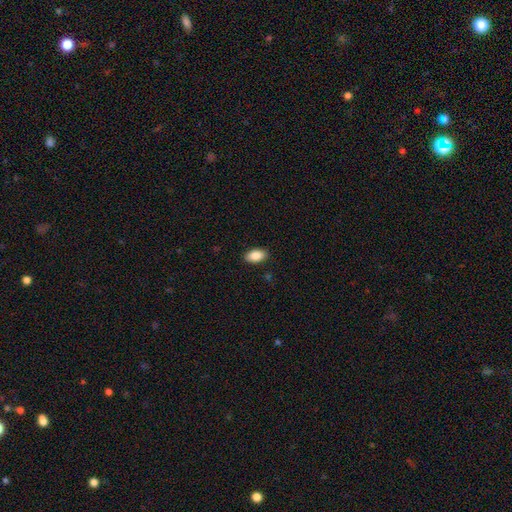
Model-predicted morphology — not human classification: This appears to be a smooth galaxy with no disk features (88%) that is in between round and cigar-shaped (93%). Merging: none (89%).